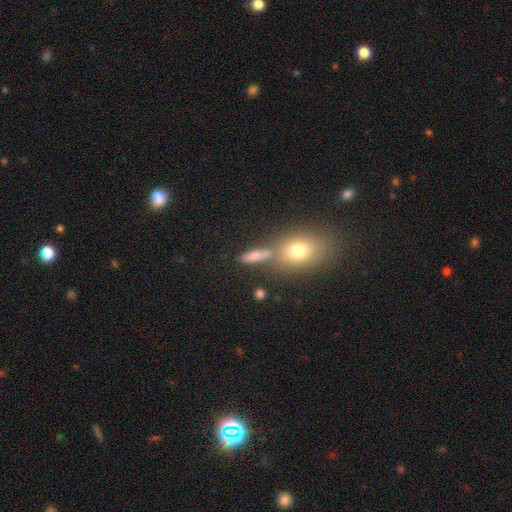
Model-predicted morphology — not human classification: A smooth galaxy with no disk features (74%) that is in between round and cigar-shaped (47%).

Vote fractions:
- Smooth or featured? smooth: 74% / featured or disk: 14% / star or artifact: 12%
- How rounded? in between: 47% / cigar-shaped: 39% / round: 14%
- Merging? none: 63% / merger: 20% / minor disturbance: 11% / major disturbance: 6%